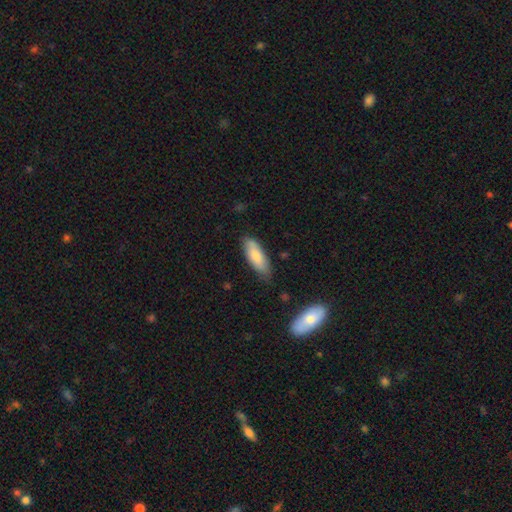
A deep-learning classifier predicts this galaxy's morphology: Smooth or featured? Predicted: smooth (p=0.77). How rounded? Predicted: in between (p=0.65). Merging? Predicted: none (p=0.74).